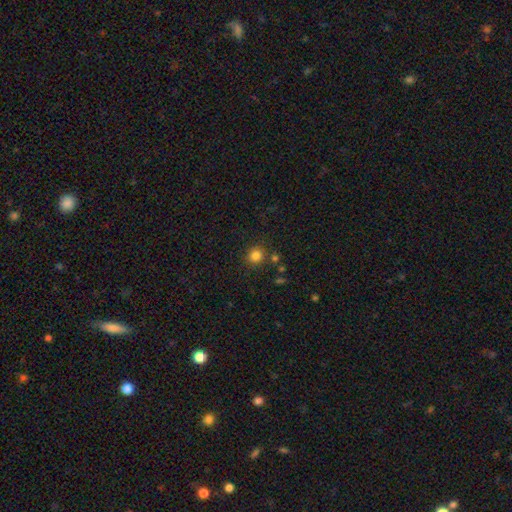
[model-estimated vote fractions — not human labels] A smooth galaxy with no disk features (82%) that is round (88%). Merging: none (84%).